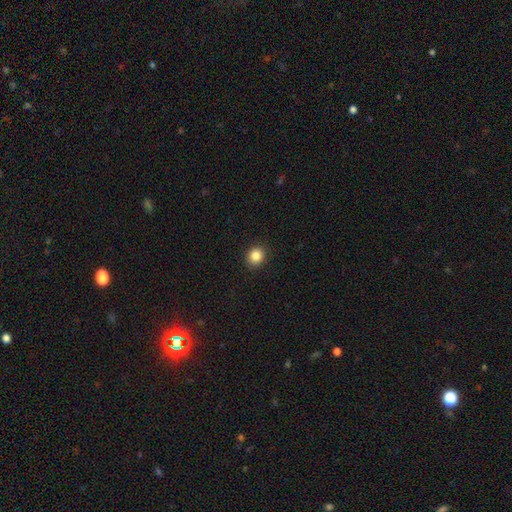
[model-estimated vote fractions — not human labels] Morphology: type=smooth (86%); roundness=round (74%); merging=none (91%).